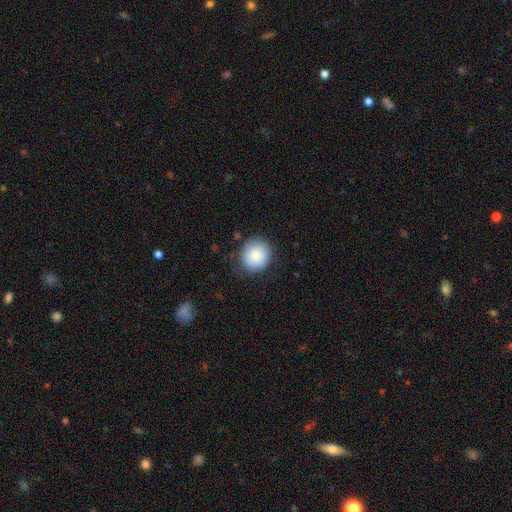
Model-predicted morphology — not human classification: Q: Smooth or featured?
A: smooth (83%); runner-up: featured or disk (9%)
Q: How rounded?
A: round (88%); runner-up: in between (11%)
Q: Merging?
A: none (81%); runner-up: minor disturbance (14%)